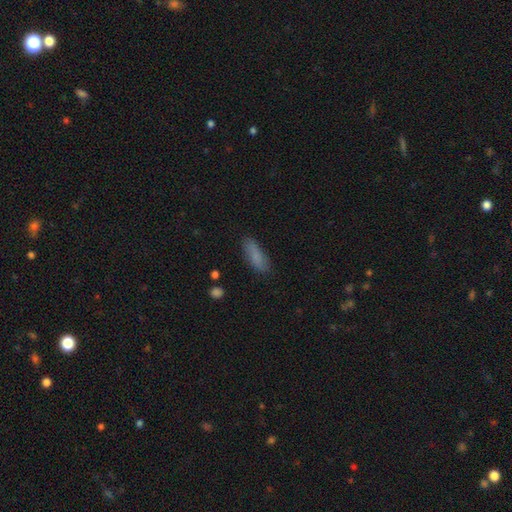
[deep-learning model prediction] smooth_or_featured: smooth (p=0.82) [alt: featured or disk p=0.11]
how_rounded: in between (p=0.55) [alt: cigar-shaped p=0.43]
merging: none (p=0.80) [alt: minor disturbance p=0.15]